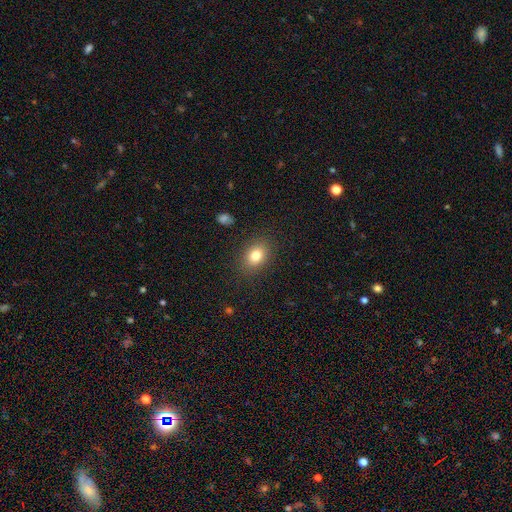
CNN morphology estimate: smooth 81%, star or artifact 10%, featured or disk 9%. Down the decision tree: how rounded — in between (63%); merging — none (86%).